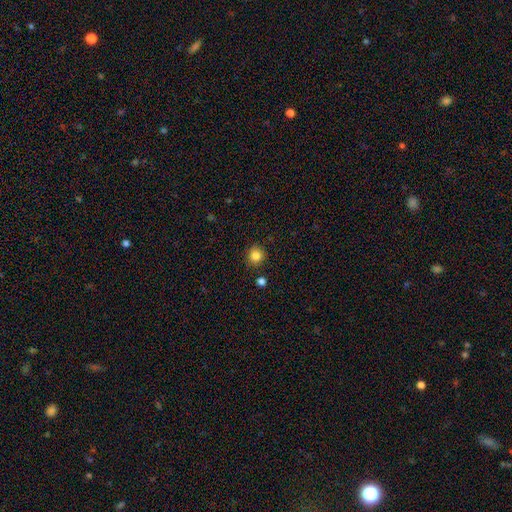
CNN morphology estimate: This appears to be a smooth galaxy with no disk features (84%) that is round (91%). Merging: none (87%).